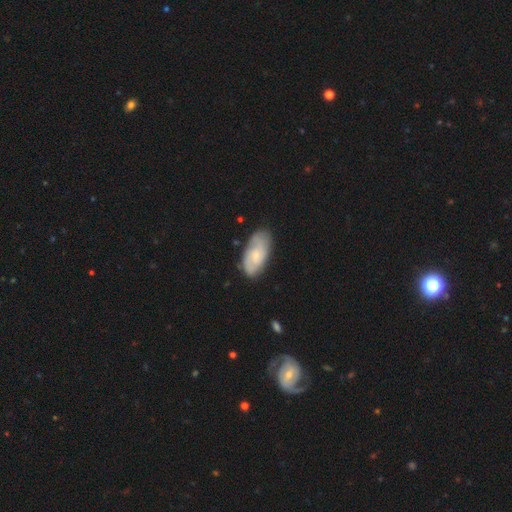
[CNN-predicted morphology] Smooth or featured?
  - featured or disk: 51% *
  - smooth: 43%
  - star or artifact: 6%
Edge-on disk?
  - no: 93% *
  - yes: 7%
Merging?
  - none: 72% *
  - minor disturbance: 21%
  - major disturbance: 5%
  - merger: 2%